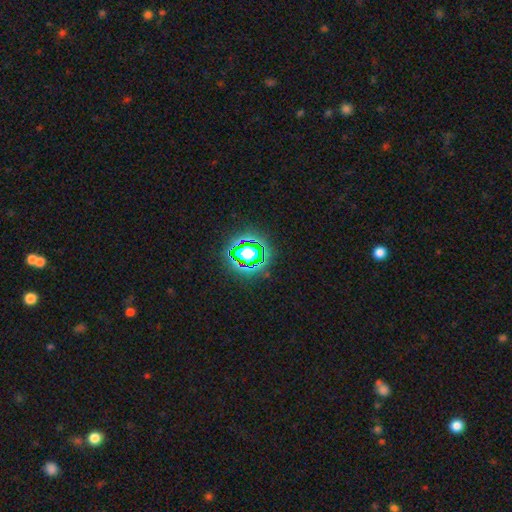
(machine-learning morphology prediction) This appears to be a star or artifact, not a galaxy (75%).